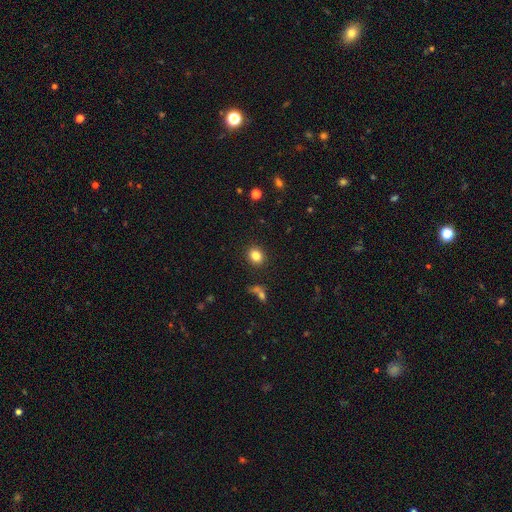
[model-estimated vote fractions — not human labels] smooth_or_featured: smooth (p=0.82) [alt: star or artifact p=0.11]
how_rounded: round (p=0.64) [alt: in between p=0.35]
merging: none (p=0.88) [alt: minor disturbance p=0.07]